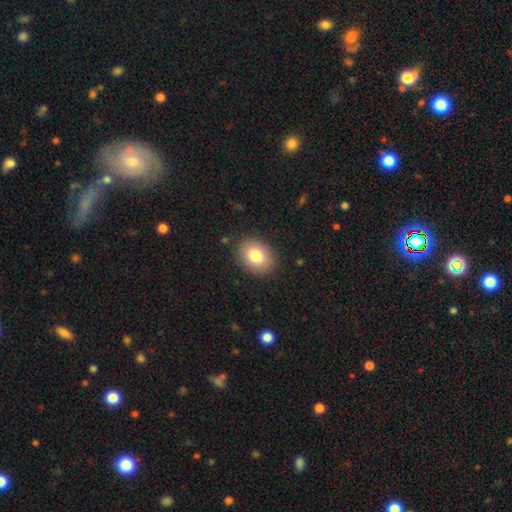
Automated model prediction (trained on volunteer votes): smooth 81%, featured or disk 11%, star or artifact 9%. Down the decision tree: how rounded — in between (67%); merging — none (88%).